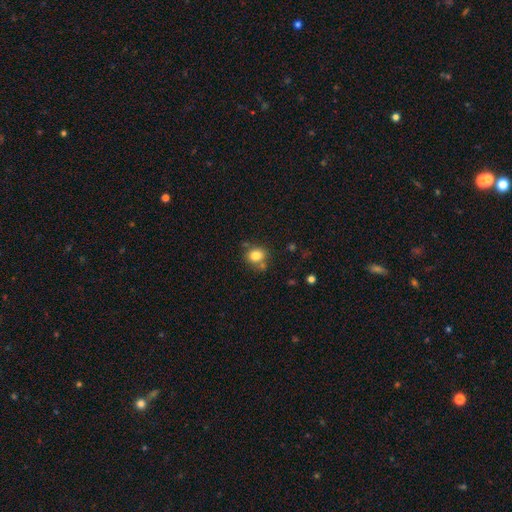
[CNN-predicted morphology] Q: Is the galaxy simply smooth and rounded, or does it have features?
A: smooth — 81%.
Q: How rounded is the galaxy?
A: round — 66%.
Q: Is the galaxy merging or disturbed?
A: none — 67%.